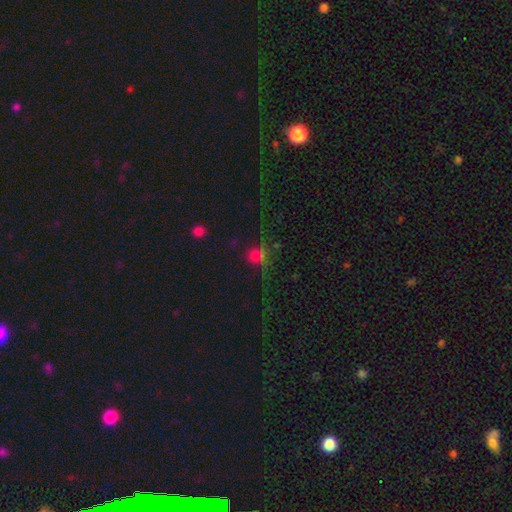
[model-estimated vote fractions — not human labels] Morphology: type=smooth (46%); merging=none (66%).